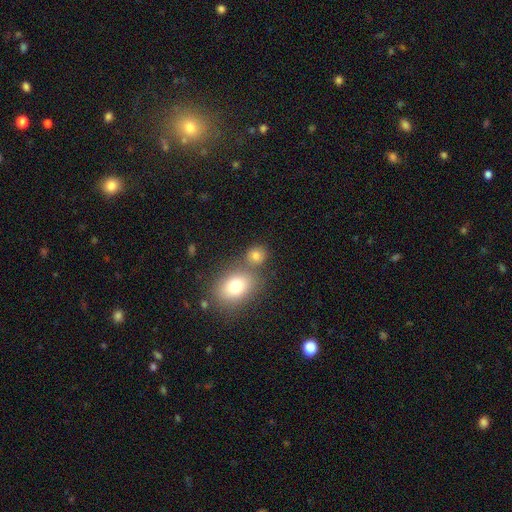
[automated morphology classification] This is likely a smooth galaxy (79%). How rounded: likely round (74%). Merging: likely none (62%).